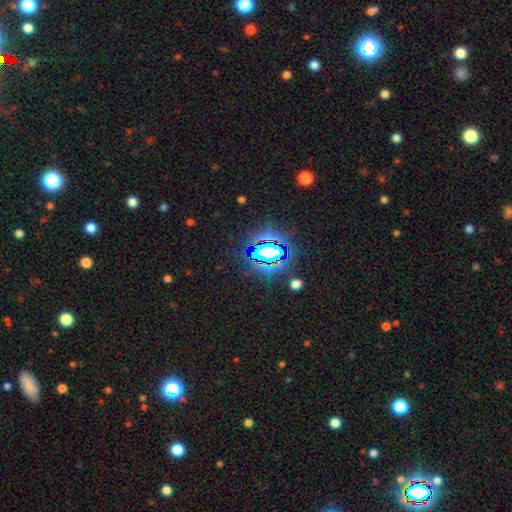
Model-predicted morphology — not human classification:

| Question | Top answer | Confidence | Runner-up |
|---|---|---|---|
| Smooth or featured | star or artifact | 83% | smooth (10%) |